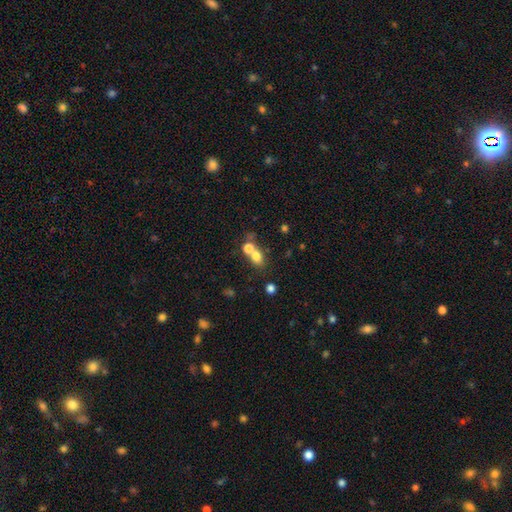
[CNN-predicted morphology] type=smooth (73%); roundness=round (52%); merging=merger (55%).